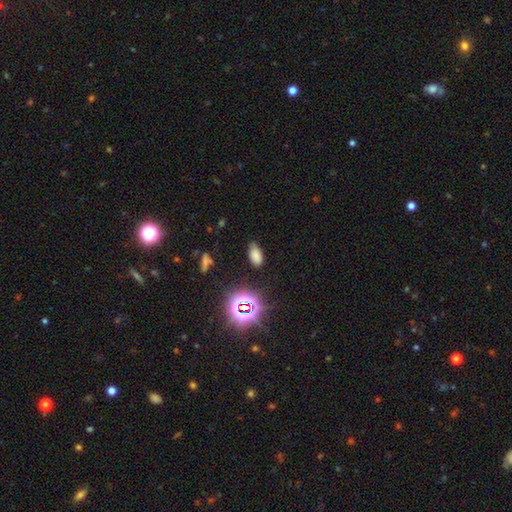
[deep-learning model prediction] Morphology: type=smooth (71%); roundness=in between (91%); merging=none (75%).